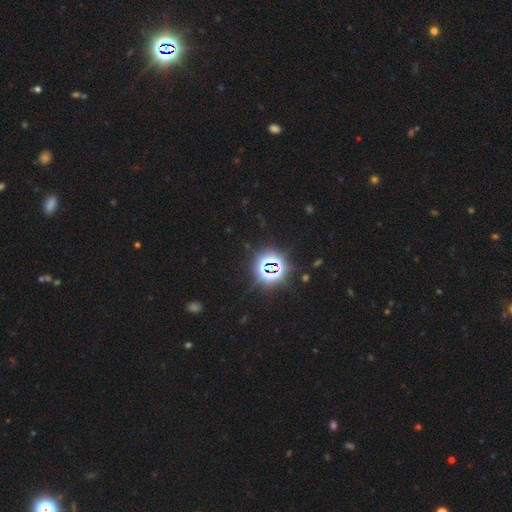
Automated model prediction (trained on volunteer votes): A star or artifact, not a galaxy (83%).

Vote fractions:
- Smooth or featured? star or artifact: 83% / smooth: 11% / featured or disk: 6%